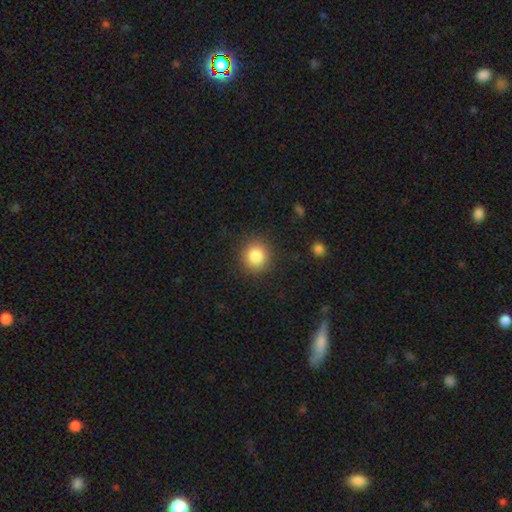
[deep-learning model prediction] A smooth galaxy with no disk features (85%) that is round (90%). Merging: none (89%).